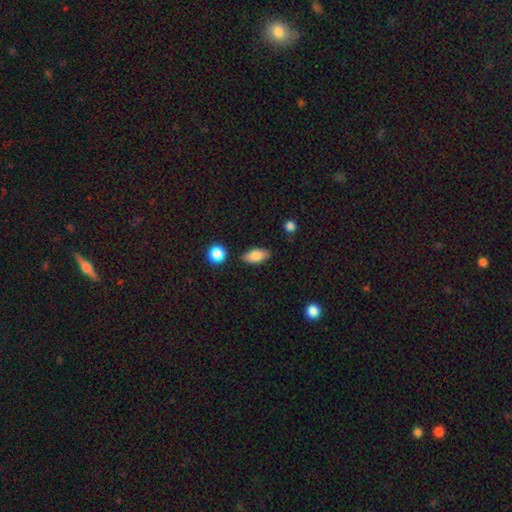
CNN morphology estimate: Smooth or featured? smooth (84%)
How rounded? in between (88%)
Merging? none (82%)